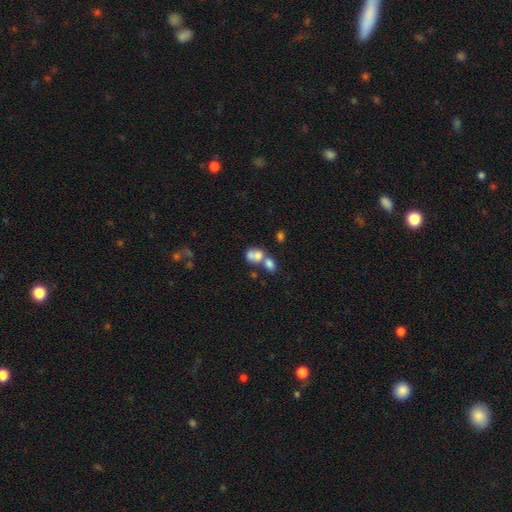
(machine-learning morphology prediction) smooth 68%, featured or disk 21%, star or artifact 11%. Down the decision tree: how rounded — in between (55%); merging — merger (66%).